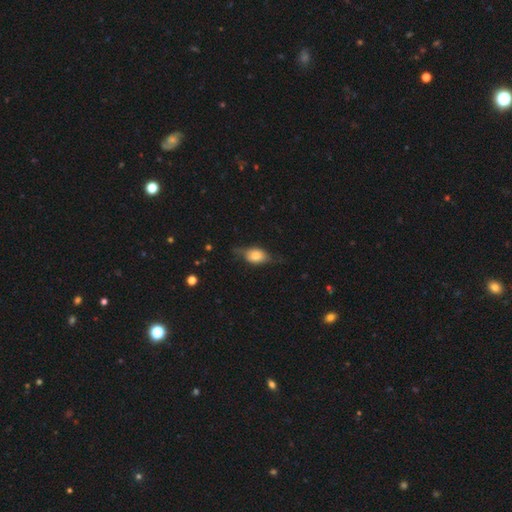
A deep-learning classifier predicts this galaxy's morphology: A smooth galaxy with no disk features (57%) that is in between round and cigar-shaped (77%).

Vote fractions:
- Smooth or featured? smooth: 57% / featured or disk: 35% / star or artifact: 8%
- How rounded? in between: 77% / round: 17% / cigar-shaped: 7%
- Merging? none: 59% / minor disturbance: 28% / major disturbance: 11% / merger: 2%